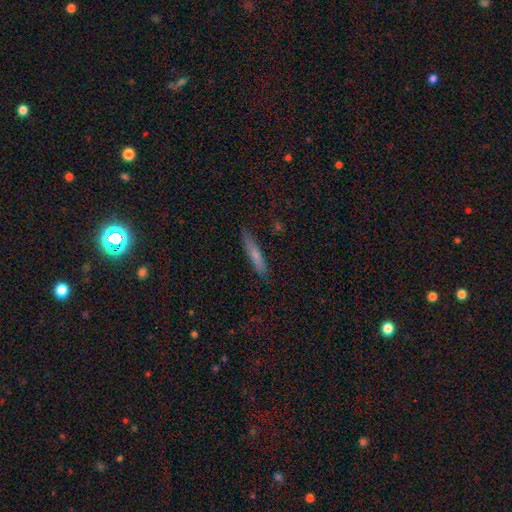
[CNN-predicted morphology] type=smooth (67%); roundness=cigar-shaped (90%); merging=none (87%).